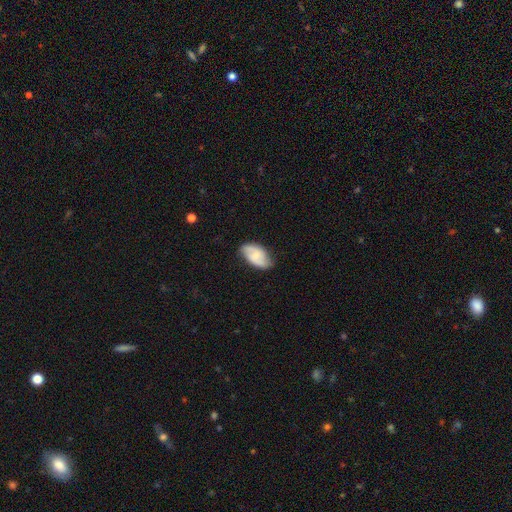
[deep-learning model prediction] featured or disk 54%, smooth 39%, star or artifact 7%. Down the decision tree: edge-on disk — no (96%); bar — no (46%); spiral arms — yes (88%); bulge size — small (55%); merging — none (73%).